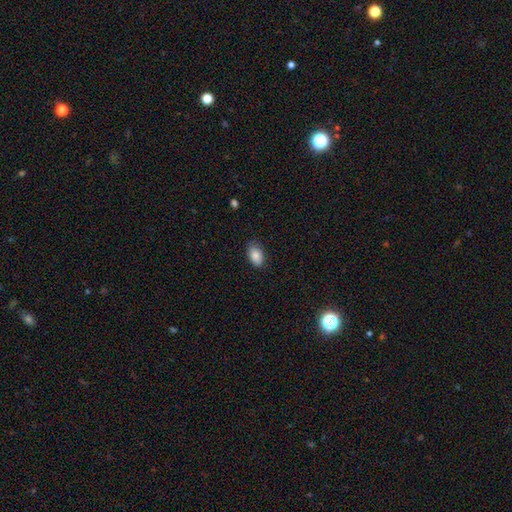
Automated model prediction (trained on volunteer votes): Overall: smooth (86%). How rounded: in between (92%). Merging: none (81%).